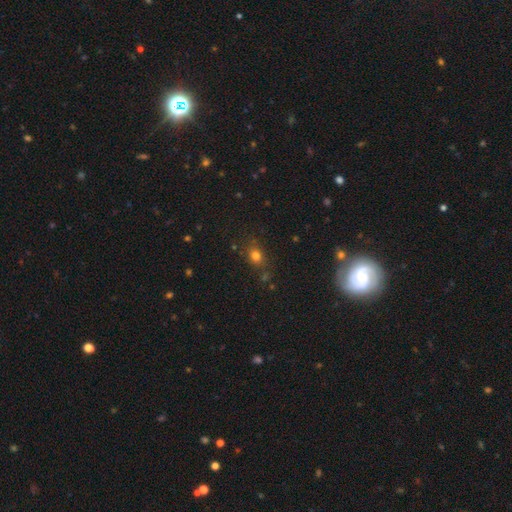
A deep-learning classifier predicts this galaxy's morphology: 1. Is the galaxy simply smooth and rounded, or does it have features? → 76% smooth, 16% star or artifact, 8% featured or disk.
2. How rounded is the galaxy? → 50% in between, 48% round, 2% cigar-shaped.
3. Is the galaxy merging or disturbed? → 78% none, 14% minor disturbance, 5% major disturbance, 4% merger.